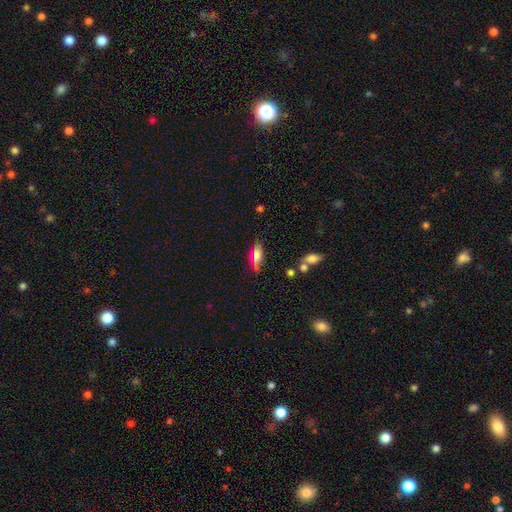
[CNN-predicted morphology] This is possibly a smooth galaxy (59%). How rounded: possibly in between (58%). Merging: likely none (72%).